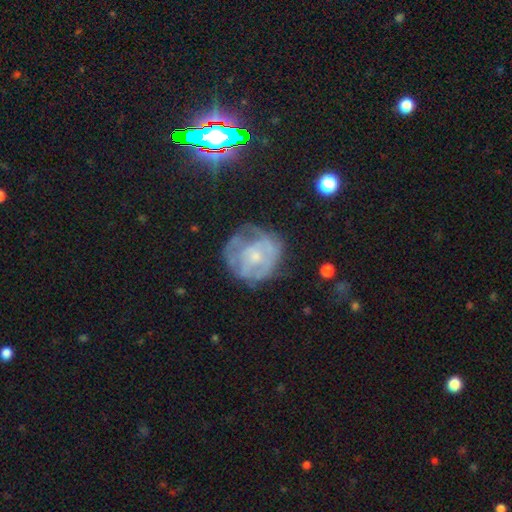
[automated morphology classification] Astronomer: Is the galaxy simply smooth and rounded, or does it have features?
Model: featured or disk — 62%.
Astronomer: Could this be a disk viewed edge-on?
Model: no — 97%.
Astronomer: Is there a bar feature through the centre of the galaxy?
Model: no — 79%.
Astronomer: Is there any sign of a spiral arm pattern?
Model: yes — 50%, tied with no at 50%.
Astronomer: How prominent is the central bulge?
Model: small — 61%.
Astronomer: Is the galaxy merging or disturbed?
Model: none — 54%.